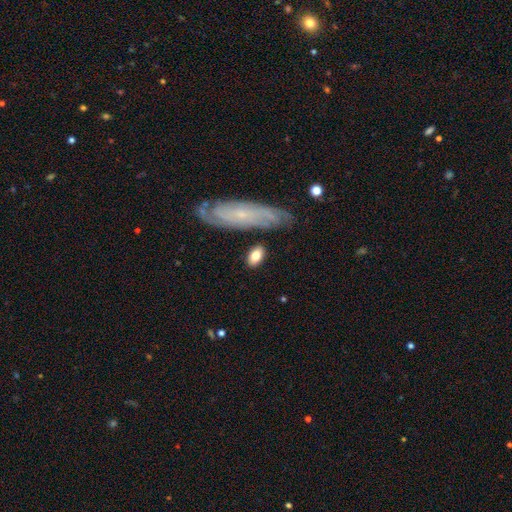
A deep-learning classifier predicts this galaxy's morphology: Smooth or featured? smooth (76%)
How rounded? in between (88%)
Merging? none (78%)